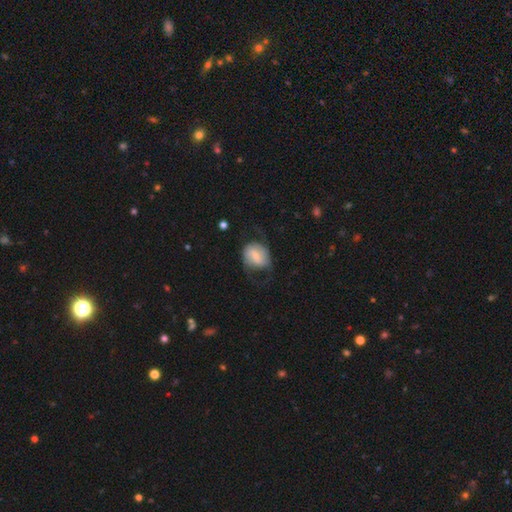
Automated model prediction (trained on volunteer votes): Morphology: type=featured or disk (49%); merging=none (51%).